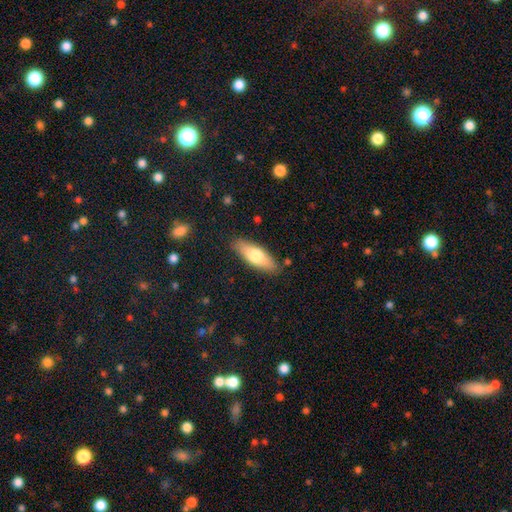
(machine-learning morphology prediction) Q: Smooth or featured?
A: smooth (69%); runner-up: featured or disk (26%)
Q: How rounded?
A: in between (62%); runner-up: cigar-shaped (36%)
Q: Merging?
A: none (86%); runner-up: minor disturbance (11%)